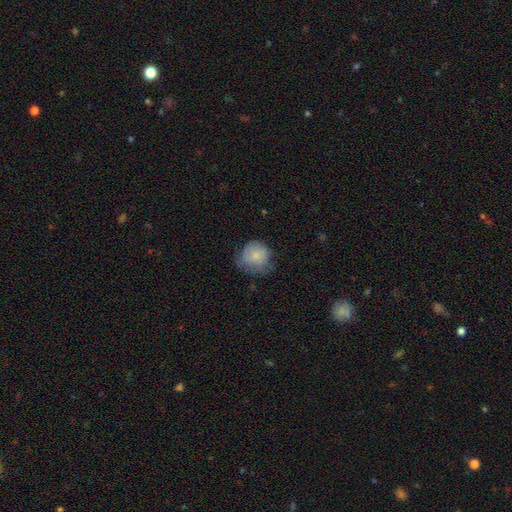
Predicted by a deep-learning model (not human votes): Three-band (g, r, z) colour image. It shows a smooth galaxy with no disk features (75%) that is round (84%). Merging: none (51%).